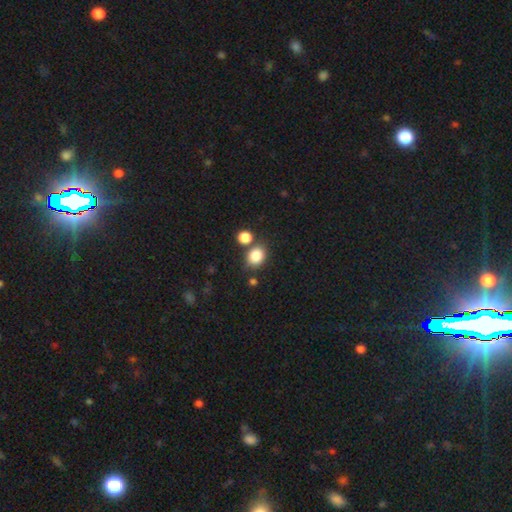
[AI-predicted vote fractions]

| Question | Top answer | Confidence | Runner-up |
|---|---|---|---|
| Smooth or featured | smooth | 85% | star or artifact (10%) |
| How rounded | round | 54% | in between (45%) |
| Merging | none | 68% | merger (17%) |